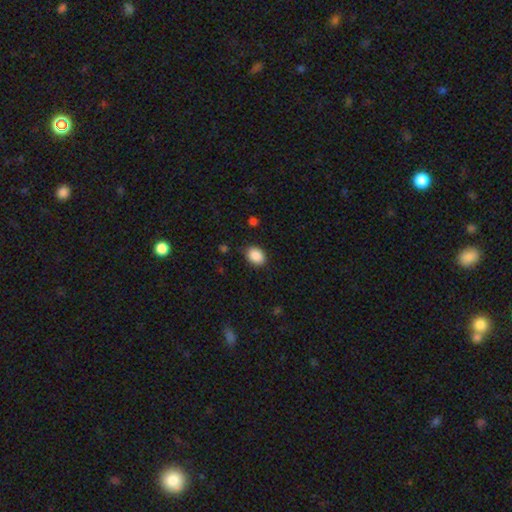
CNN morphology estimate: This appears to be a smooth galaxy with no disk features (89%) that is in between round and cigar-shaped (71%). Merging: none (84%).